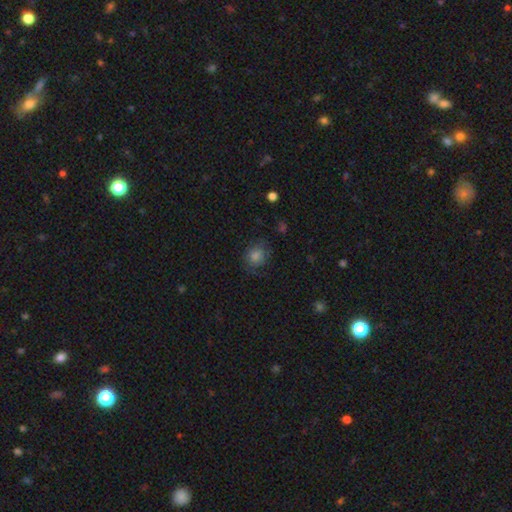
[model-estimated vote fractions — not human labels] Smooth or featured?
  - smooth: 70% *
  - star or artifact: 16%
  - featured or disk: 14%
How rounded?
  - round: 74% *
  - in between: 25%
  - cigar-shaped: 1%
Merging?
  - none: 75% *
  - minor disturbance: 17%
  - major disturbance: 7%
  - merger: 1%